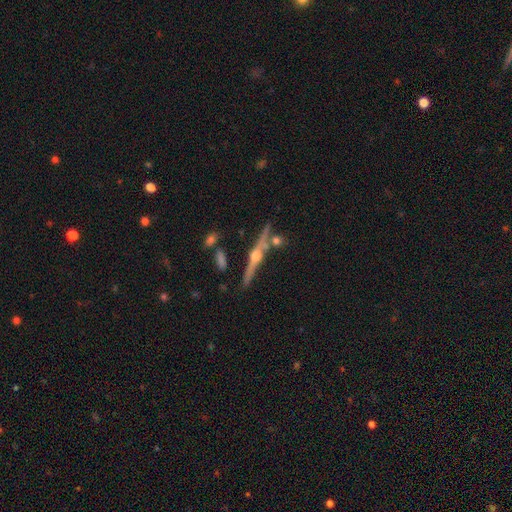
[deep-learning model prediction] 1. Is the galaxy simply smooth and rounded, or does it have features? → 86% featured or disk, 8% smooth, 6% star or artifact.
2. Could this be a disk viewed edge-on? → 98% yes, 2% no.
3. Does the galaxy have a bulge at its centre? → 95% rounded, 3% boxy, 3% none.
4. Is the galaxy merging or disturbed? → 80% none, 9% minor disturbance, 8% merger, 3% major disturbance.